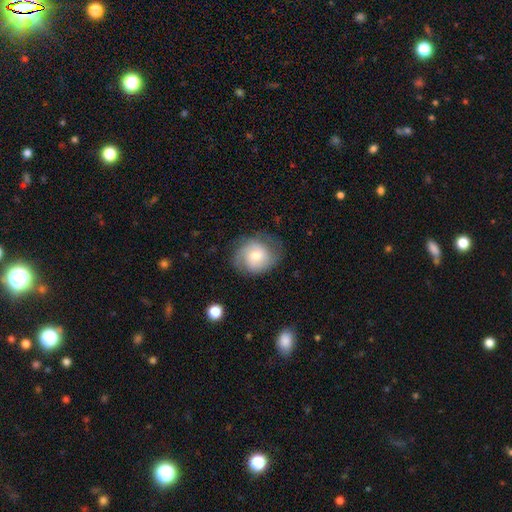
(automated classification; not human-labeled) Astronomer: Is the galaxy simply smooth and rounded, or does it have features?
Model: smooth — 49% (runner-up: featured or disk, 44%).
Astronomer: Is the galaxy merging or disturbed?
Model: none — 66%.